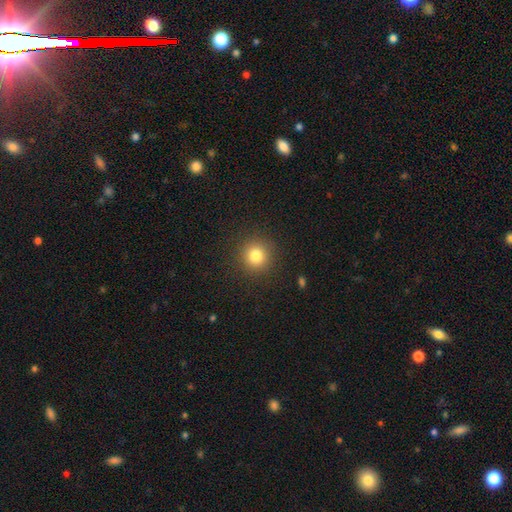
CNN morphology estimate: The model was most divided on "smooth or featured": smooth: 82%, star or artifact: 12%, featured or disk: 6%. More confident: how rounded — round (93%); merging — none (91%).